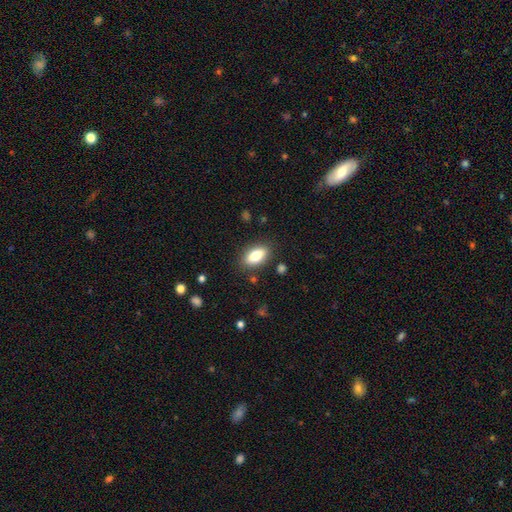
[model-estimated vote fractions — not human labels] Overall: smooth (80%). How rounded: in between (88%). Merging: none (86%).